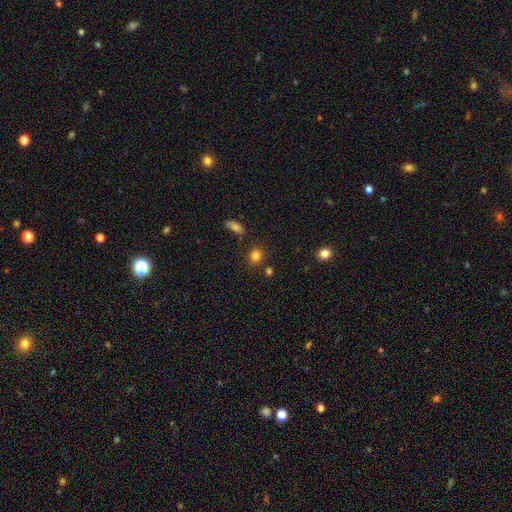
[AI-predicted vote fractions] smooth 82%, star or artifact 12%, featured or disk 6%. Down the decision tree: how rounded — round (72%); merging — none (79%).